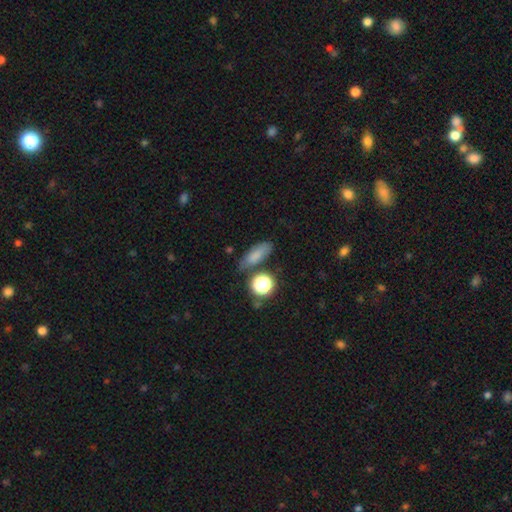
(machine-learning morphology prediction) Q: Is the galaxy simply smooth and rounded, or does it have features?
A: smooth — 74%.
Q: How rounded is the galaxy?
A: in between — 61%.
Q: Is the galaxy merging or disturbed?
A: none — 68%.